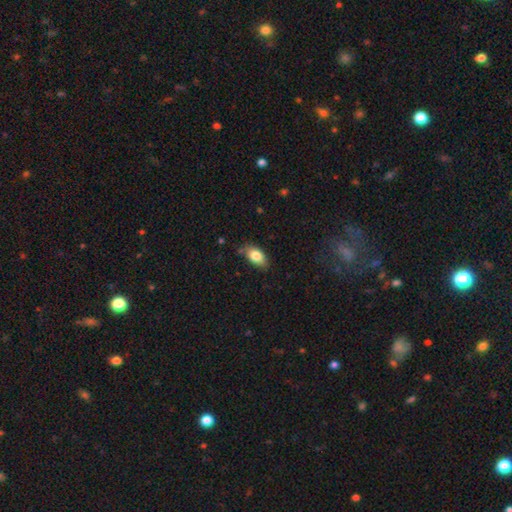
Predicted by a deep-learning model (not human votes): smooth-or-featured: smooth: 81% | featured or disk: 11% | star or artifact: 7%
  how-rounded: in between: 91% | round: 6% | cigar-shaped: 4%
  merging: none: 76% | minor disturbance: 19% | major disturbance: 3% | merger: 2%